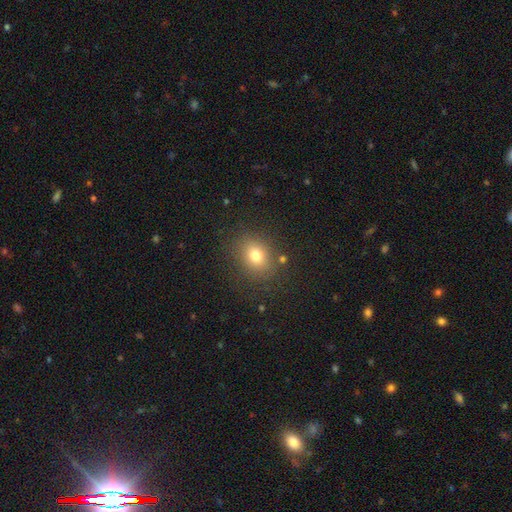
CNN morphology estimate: Smooth or featured? Predicted: smooth (p=0.76). How rounded? Predicted: round (p=0.50). Merging? Predicted: none (p=0.83).